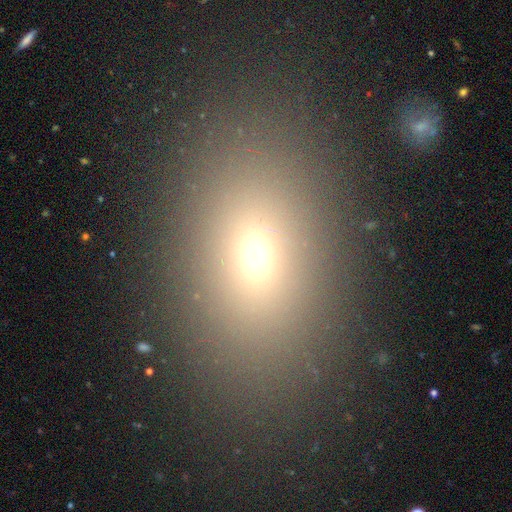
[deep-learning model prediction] Smooth or featured? Predicted: smooth (p=0.68). How rounded? Predicted: in between (p=0.79). Merging? Predicted: none (p=0.83).